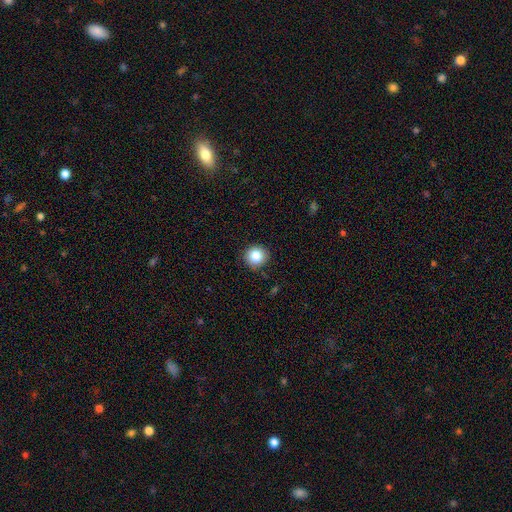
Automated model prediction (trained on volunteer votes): Smooth or featured? smooth (85%)
How rounded? round (93%)
Merging? none (89%)